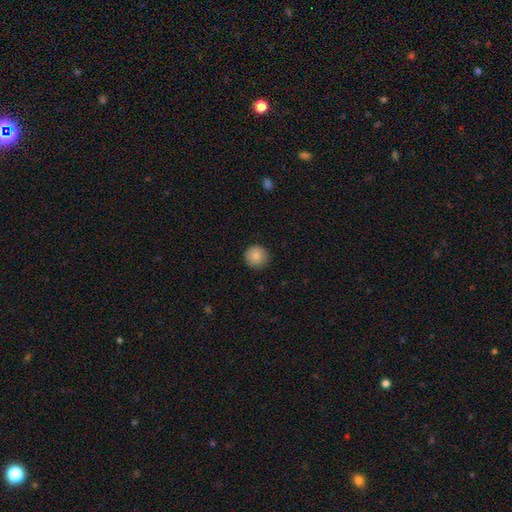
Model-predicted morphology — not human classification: Smooth or featured? smooth (88%)
How rounded? round (95%)
Merging? none (92%)